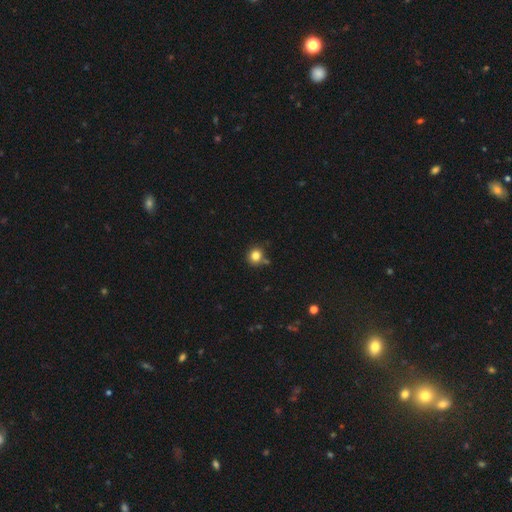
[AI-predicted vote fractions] Smooth or featured? smooth (82%)
How rounded? round (88%)
Merging? none (75%)